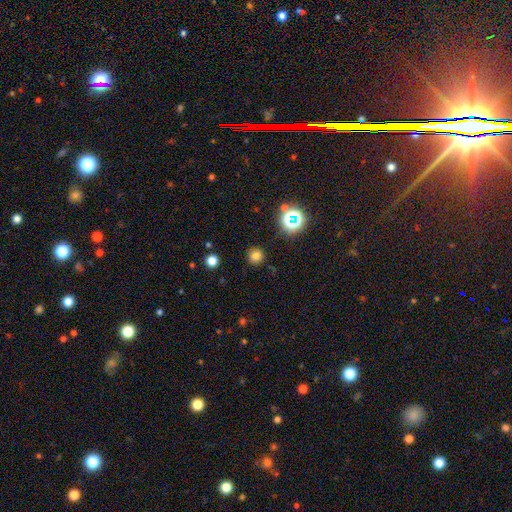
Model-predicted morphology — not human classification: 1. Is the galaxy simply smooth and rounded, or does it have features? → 75% smooth, 20% star or artifact, 6% featured or disk.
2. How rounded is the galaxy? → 93% round, 6% in between, 1% cigar-shaped.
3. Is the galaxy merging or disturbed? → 88% none, 8% minor disturbance, 3% major disturbance, 2% merger.